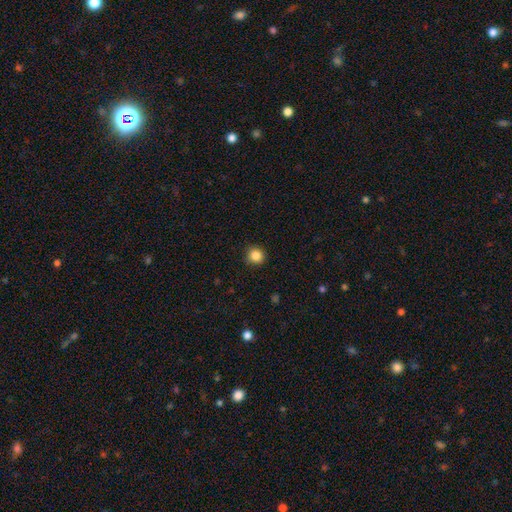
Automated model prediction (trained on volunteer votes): Smooth or featured?
  - smooth: 85% *
  - star or artifact: 11%
  - featured or disk: 4%
How rounded?
  - round: 92% *
  - in between: 7%
  - cigar-shaped: 1%
Merging?
  - none: 91% *
  - minor disturbance: 6%
  - major disturbance: 2%
  - merger: 1%